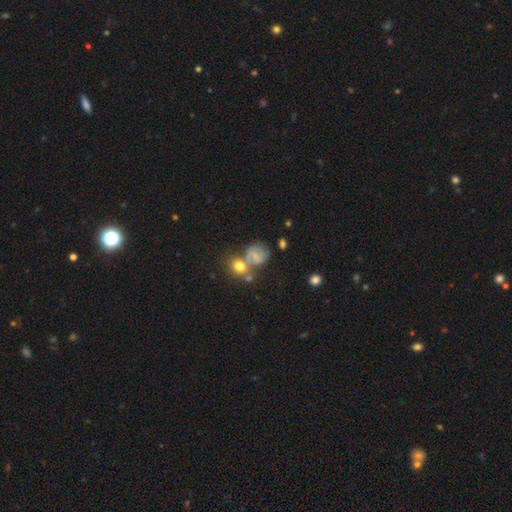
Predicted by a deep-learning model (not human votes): smooth 51%, featured or disk 35%, star or artifact 15%. Down the decision tree: how rounded — round (59%); merging — none (38%).